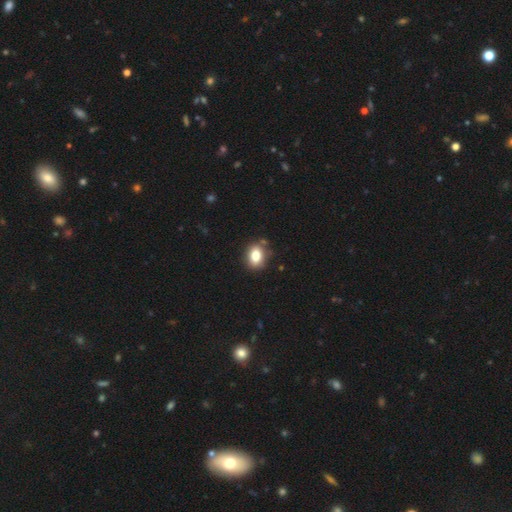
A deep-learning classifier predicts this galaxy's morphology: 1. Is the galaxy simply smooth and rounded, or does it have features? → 81% smooth, 10% star or artifact, 9% featured or disk.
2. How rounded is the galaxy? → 67% in between, 31% round, 1% cigar-shaped.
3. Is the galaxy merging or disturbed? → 80% none, 13% minor disturbance, 4% merger, 3% major disturbance.